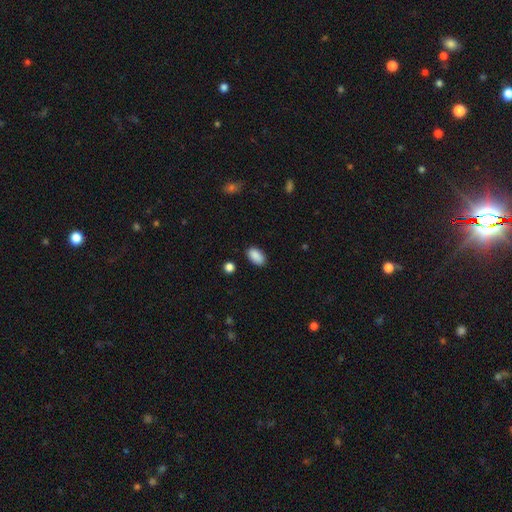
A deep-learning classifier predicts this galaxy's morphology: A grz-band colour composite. It shows a smooth galaxy with no disk features (89%) that is in between round and cigar-shaped (93%). Merging: none (85%).